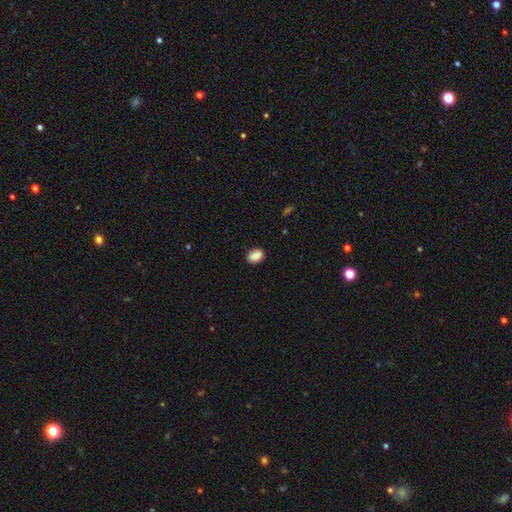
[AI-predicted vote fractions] This is clearly a smooth galaxy (89%). How rounded: likely in between (76%). Merging: clearly none (89%).